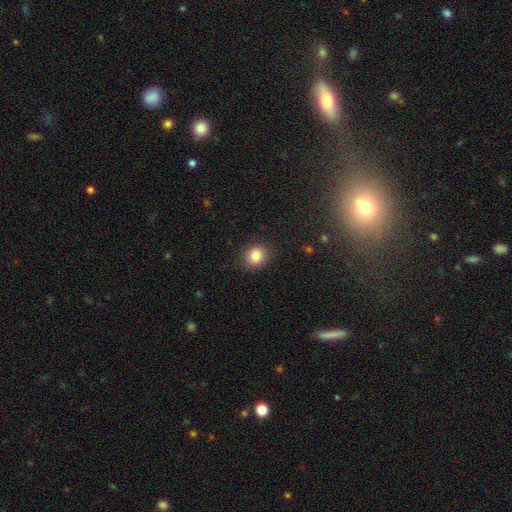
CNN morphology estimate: smooth-or-featured: smooth: 84% | star or artifact: 10% | featured or disk: 6%
  how-rounded: round: 77% | in between: 22% | cigar-shaped: 1%
  merging: none: 88% | minor disturbance: 9% | major disturbance: 3% | merger: 1%